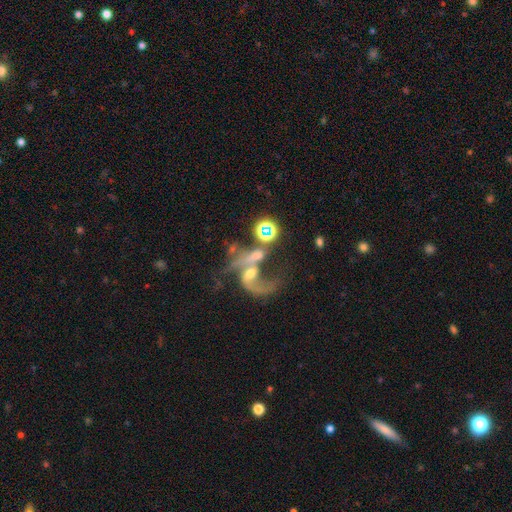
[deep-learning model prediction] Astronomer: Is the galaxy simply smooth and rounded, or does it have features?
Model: featured or disk — 66%.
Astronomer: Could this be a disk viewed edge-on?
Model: no — 96%.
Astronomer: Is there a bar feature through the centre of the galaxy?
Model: no — 51% (runner-up: weak, 32%).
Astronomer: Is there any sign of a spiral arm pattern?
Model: yes — 80%.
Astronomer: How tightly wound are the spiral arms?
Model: loose — 77%.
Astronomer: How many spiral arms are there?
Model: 2 — 65%.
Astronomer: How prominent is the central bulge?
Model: moderate — 47% (runner-up: small, 33%).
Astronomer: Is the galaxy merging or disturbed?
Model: merger — 51%.